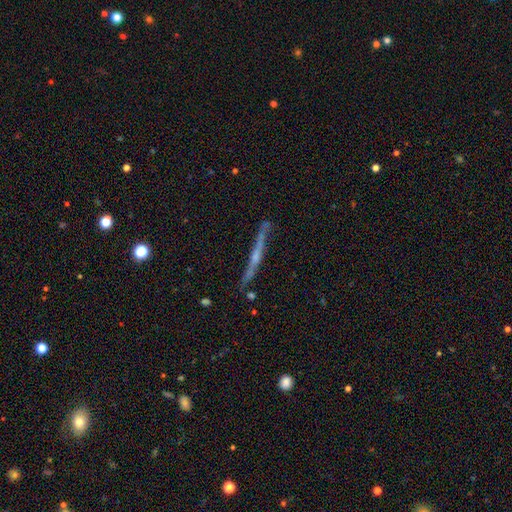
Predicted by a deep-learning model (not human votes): A featured or disk galaxy (76%) viewed edge-on (96%) with a rounded central bulge (58%). Merging: none (80%).